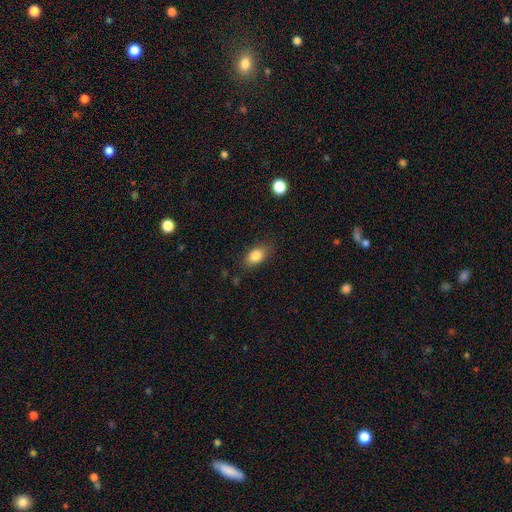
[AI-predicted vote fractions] Q: Smooth or featured?
A: smooth (83%); runner-up: featured or disk (9%)
Q: How rounded?
A: in between (84%); runner-up: round (13%)
Q: Merging?
A: none (82%); runner-up: minor disturbance (13%)